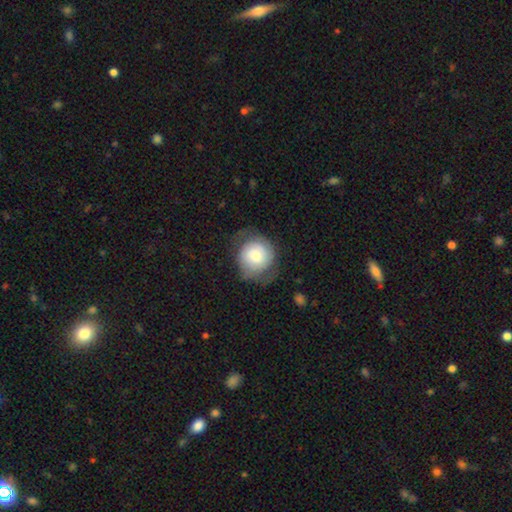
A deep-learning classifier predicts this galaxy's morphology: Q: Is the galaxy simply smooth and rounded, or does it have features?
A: smooth — 52%.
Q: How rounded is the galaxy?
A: round — 86%.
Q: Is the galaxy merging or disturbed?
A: none — 59%.